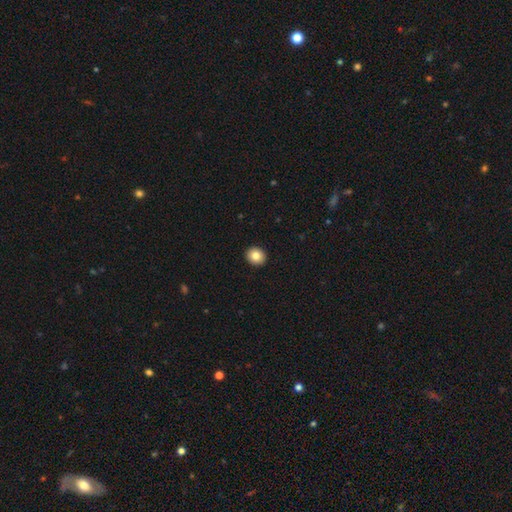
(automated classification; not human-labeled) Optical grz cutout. It shows a smooth galaxy with no disk features (84%) that is round (74%). Merging: none (93%).